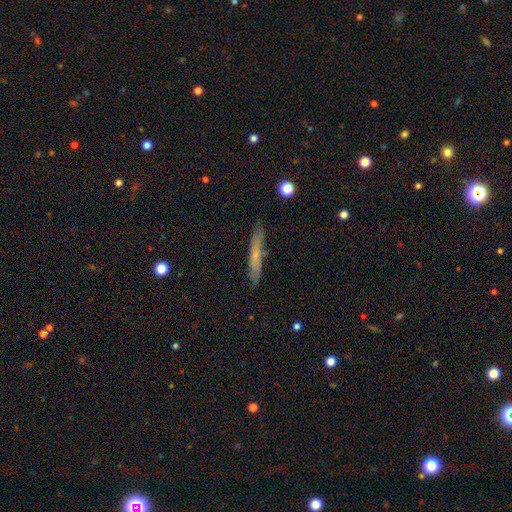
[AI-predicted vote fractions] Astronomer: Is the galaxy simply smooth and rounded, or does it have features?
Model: smooth — 55% (runner-up: featured or disk, 38%).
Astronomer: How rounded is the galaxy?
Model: cigar-shaped — 94%.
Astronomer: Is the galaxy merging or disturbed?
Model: none — 83%.